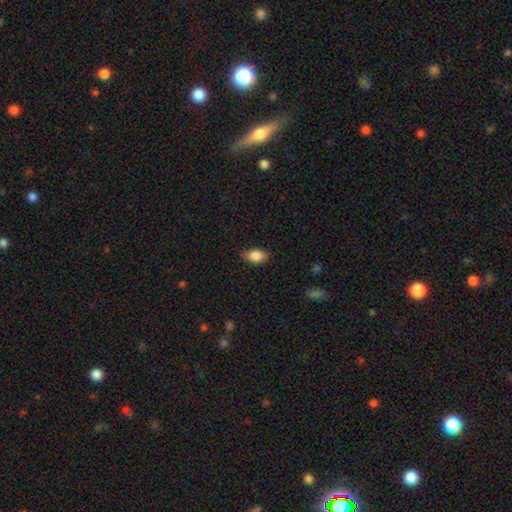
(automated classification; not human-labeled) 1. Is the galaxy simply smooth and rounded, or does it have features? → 86% smooth, 8% star or artifact, 6% featured or disk.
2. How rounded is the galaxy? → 88% in between, 9% round, 2% cigar-shaped.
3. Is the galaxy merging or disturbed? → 81% none, 15% minor disturbance, 3% major disturbance, 1% merger.